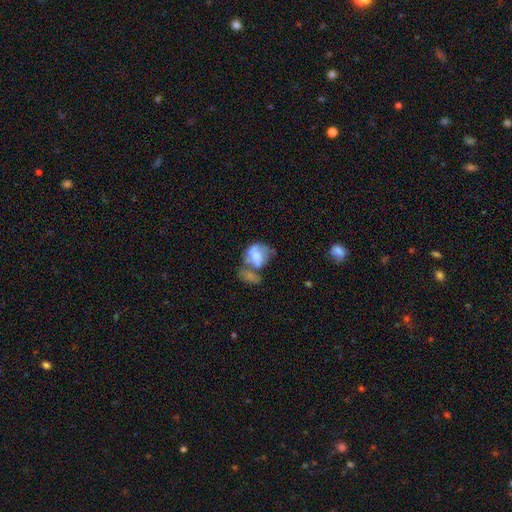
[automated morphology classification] This appears to be a smooth galaxy with no disk features (56%) that is in between round and cigar-shaped (67%). Merging: merger (46%).